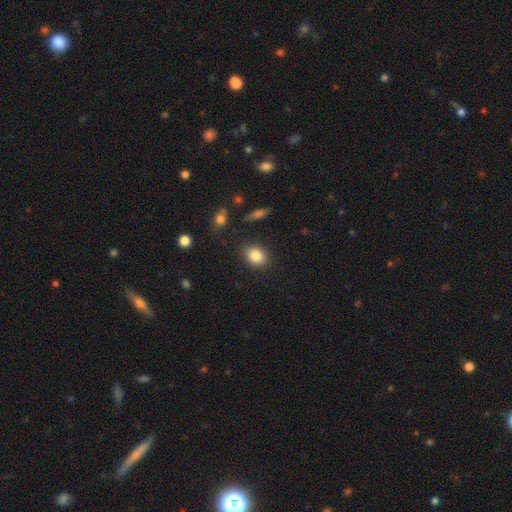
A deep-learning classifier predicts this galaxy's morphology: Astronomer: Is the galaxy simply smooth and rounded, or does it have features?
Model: smooth — 84%.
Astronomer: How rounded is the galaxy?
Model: in between — 52% (runner-up: round, 46%).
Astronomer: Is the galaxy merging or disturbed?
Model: none — 87%.